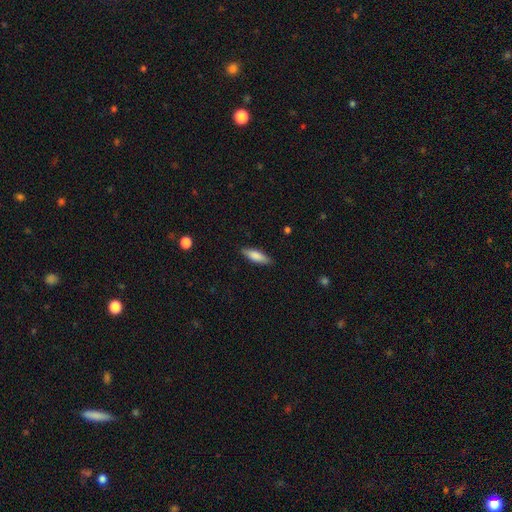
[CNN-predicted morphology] Smooth or featured: smooth — 80% (featured or disk — 14%)
How rounded: cigar-shaped — 52% (in between — 47%)
Merging: none — 87% (minor disturbance — 10%)